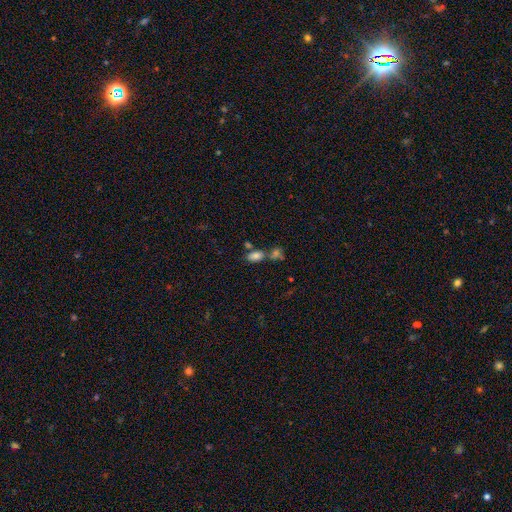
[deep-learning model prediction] Morphology: type=smooth (79%); roundness=in between (90%); merging=none (45%).